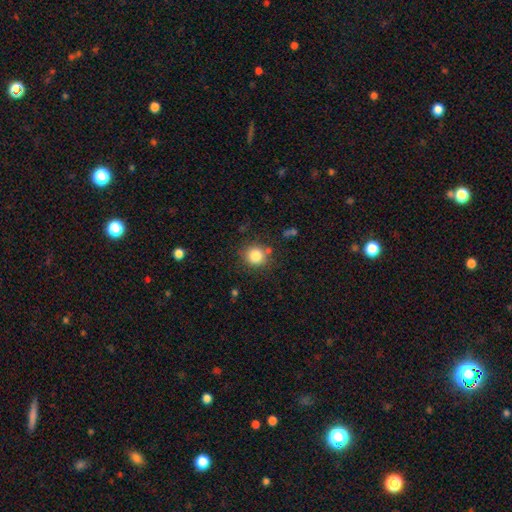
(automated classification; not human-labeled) A smooth galaxy with no disk features (83%) that is round (90%). Merging: none (82%).